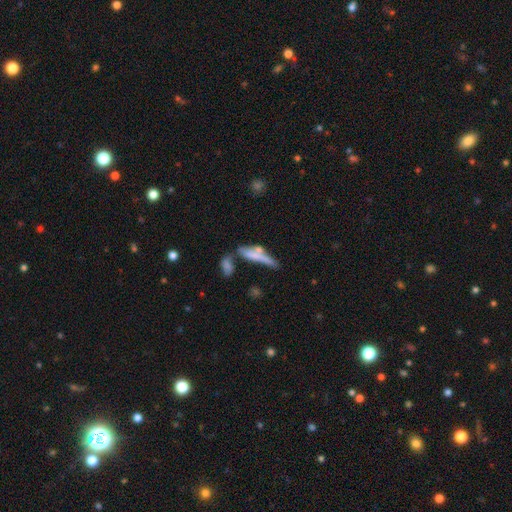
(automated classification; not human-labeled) This appears to be a smooth galaxy with no disk features (58%) that is cigar-shaped (83%). Merging: none (46%).